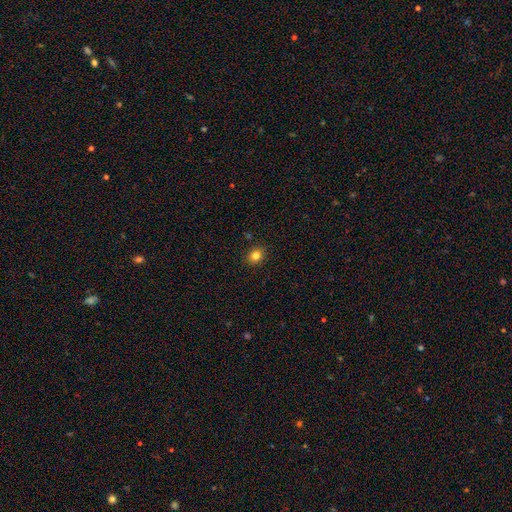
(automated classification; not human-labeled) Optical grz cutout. It shows a smooth galaxy with no disk features (82%) that is round (65%). Merging: none (89%).